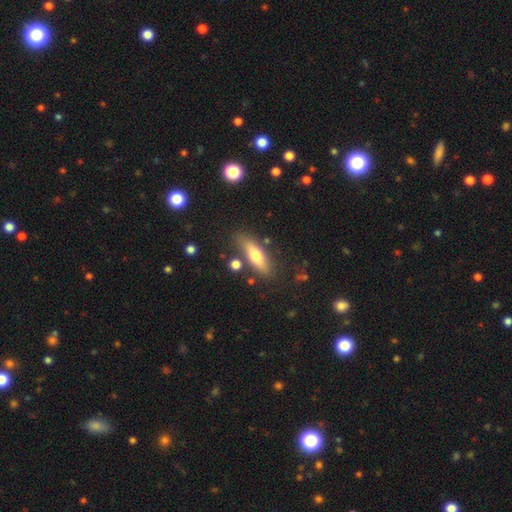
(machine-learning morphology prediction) Smooth or featured?
  - smooth: 65% *
  - featured or disk: 28%
  - star or artifact: 7%
How rounded?
  - cigar-shaped: 49% *
  - in between: 48%
  - round: 3%
Merging?
  - none: 77% *
  - minor disturbance: 13%
  - merger: 6%
  - major disturbance: 4%